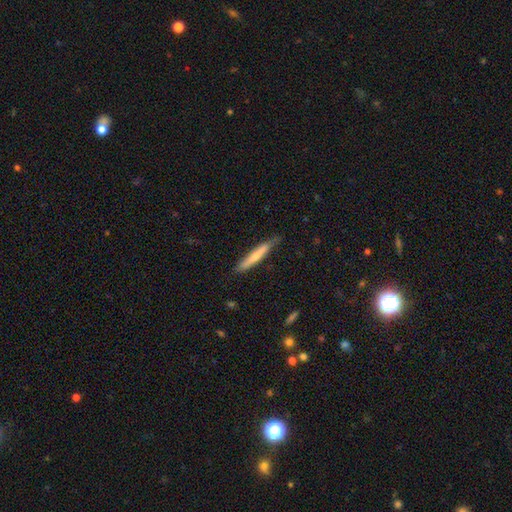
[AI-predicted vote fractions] A smooth galaxy with no disk features (66%) that is cigar-shaped (94%). Merging: none (76%).